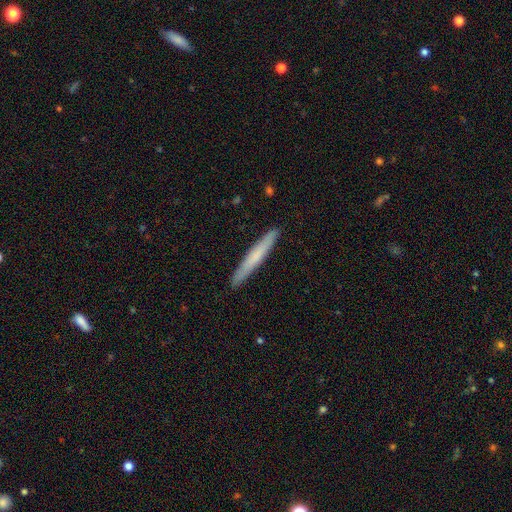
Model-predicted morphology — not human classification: This is likely a smooth galaxy (63%). How rounded: clearly cigar-shaped (96%). Merging: clearly none (92%).